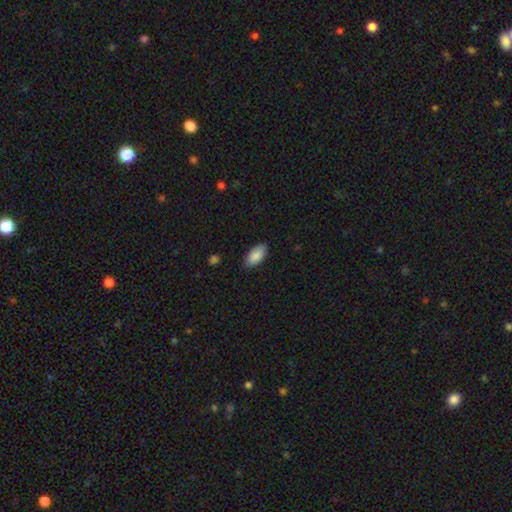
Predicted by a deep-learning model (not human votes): Smooth or featured: smooth — 89% (star or artifact — 6%)
How rounded: in between — 93% (cigar-shaped — 5%)
Merging: none — 84% (minor disturbance — 12%)